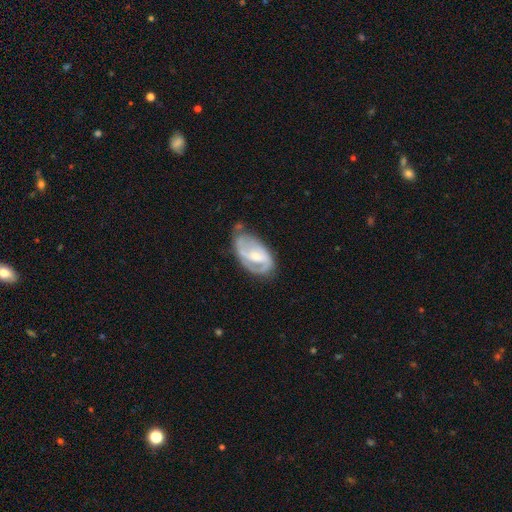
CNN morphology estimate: Smooth or featured? featured or disk (73%)
Edge-on disk? no (96%)
Bar? weak (44%)
Spiral arms? yes (83%)
Spiral winding? medium (44%)
Spiral arm count? 2 (61%)
Bulge size? small (49%)
Merging? none (47%)